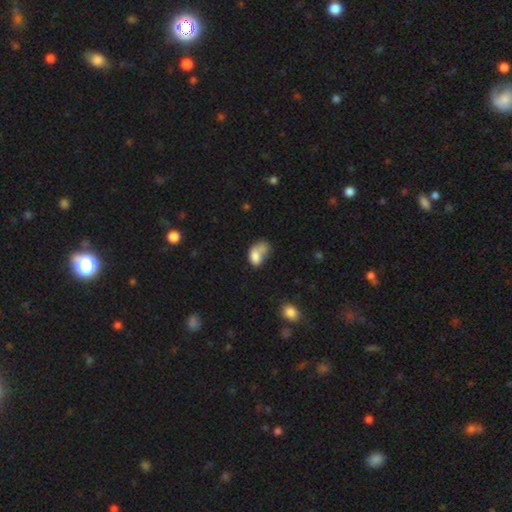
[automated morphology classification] This appears to be a smooth galaxy with no disk features (75%) that is in between round and cigar-shaped (82%). Merging: merger (45%).